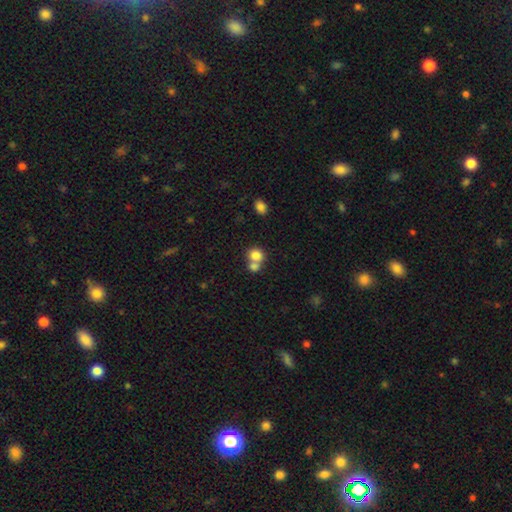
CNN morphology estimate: A smooth galaxy with no disk features (79%) that is round (74%). Merging: merger (54%).